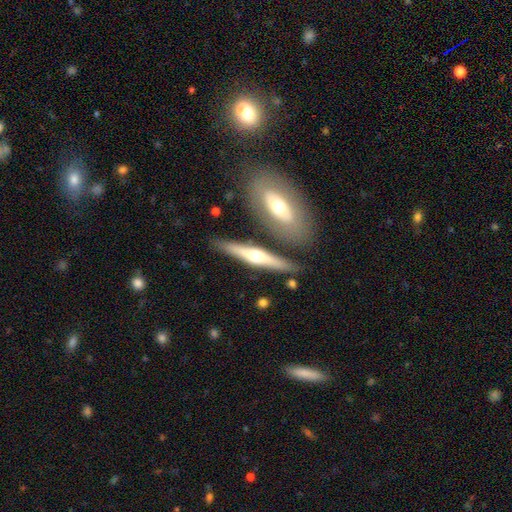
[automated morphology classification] Smooth or featured? featured or disk (62%)
Edge-on disk? yes (91%)
Edge-on bulge? rounded (91%)
Merging? none (77%)